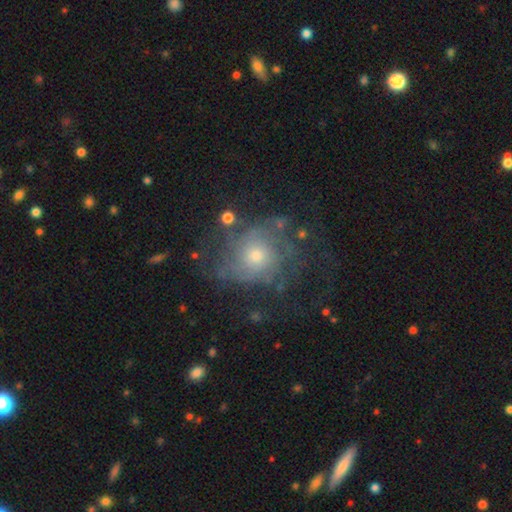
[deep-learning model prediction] Overall: featured or disk (63%; smooth 25%). Edge-on disk: no (97%). Bar: no (83%). Spiral arms: yes (79%). Bulge size: moderate (48%; small 43%). Merging: none (59%; minor disturbance 20%).